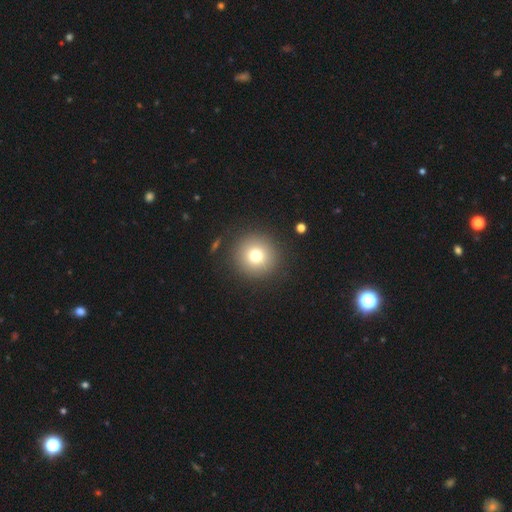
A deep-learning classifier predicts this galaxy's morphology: type=smooth (75%); roundness=round (95%); merging=none (89%).